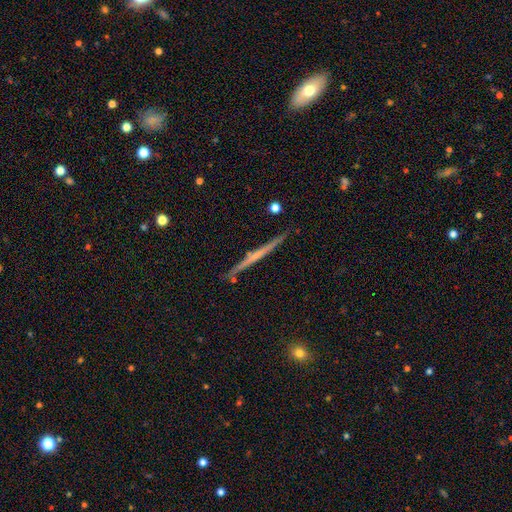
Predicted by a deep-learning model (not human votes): A featured or disk galaxy (64%) viewed edge-on (98%) with no central bulge (75%). Merging: none (89%).